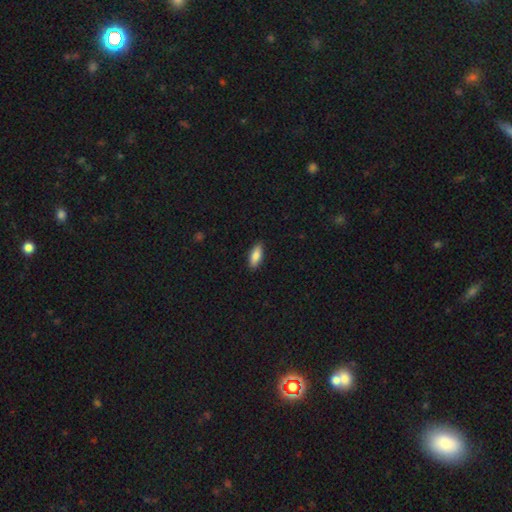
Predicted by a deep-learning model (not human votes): This appears to be a smooth galaxy with no disk features (84%) that is in between round and cigar-shaped (76%). Merging: none (88%).